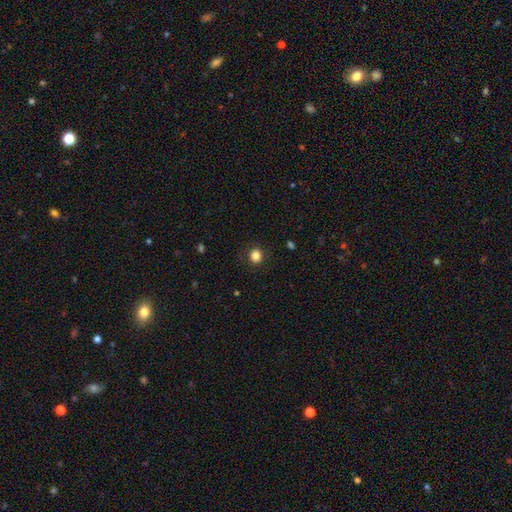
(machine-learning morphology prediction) This is clearly a smooth galaxy (84%). How rounded: likely round (78%). Merging: clearly none (88%).